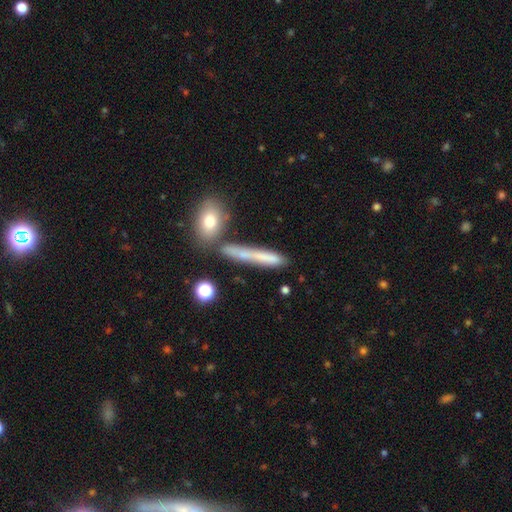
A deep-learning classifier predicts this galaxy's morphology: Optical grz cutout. It shows a smooth galaxy with no disk features (57%) that is cigar-shaped (86%). Merging: none (69%).